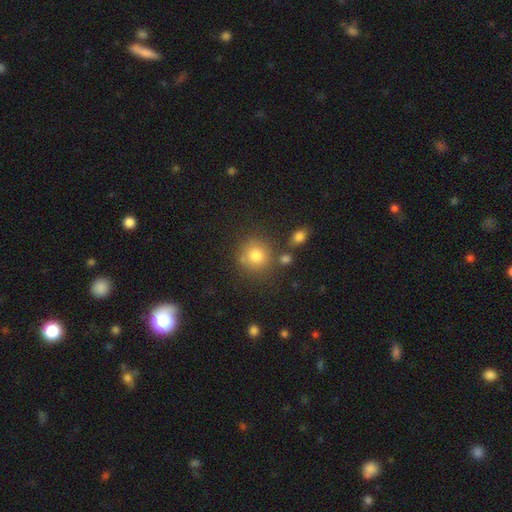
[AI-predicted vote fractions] This appears to be a smooth galaxy with no disk features (79%) that is round (88%). Merging: none (73%).